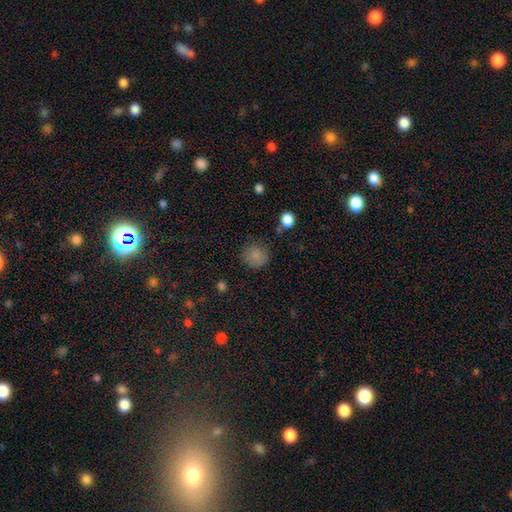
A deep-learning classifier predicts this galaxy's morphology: The model was most divided on "merging": none: 81%, minor disturbance: 13%, major disturbance: 4%, merger: 2%. More confident: how rounded — round (90%); smooth or featured — smooth (83%).